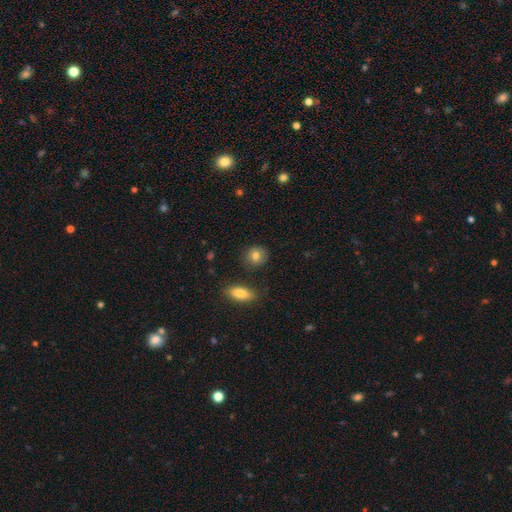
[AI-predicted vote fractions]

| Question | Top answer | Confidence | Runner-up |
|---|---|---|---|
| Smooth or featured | smooth | 81% | featured or disk (10%) |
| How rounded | round | 81% | in between (18%) |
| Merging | none | 84% | minor disturbance (10%) |